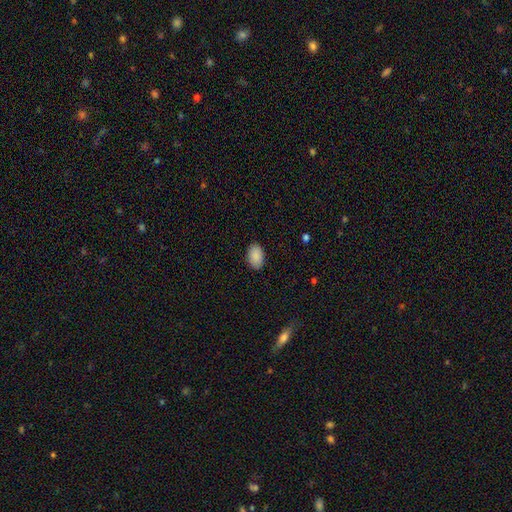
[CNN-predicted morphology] Smooth or featured? Predicted: smooth (p=0.90). How rounded? Predicted: in between (p=0.90). Merging? Predicted: none (p=0.88).